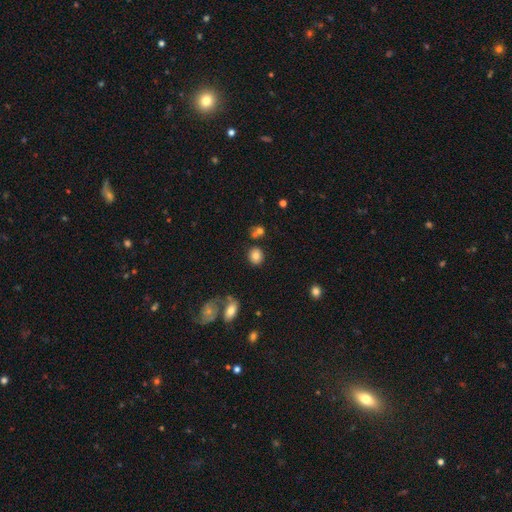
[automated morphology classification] Smooth or featured? smooth (80%)
How rounded? round (75%)
Merging? none (79%)